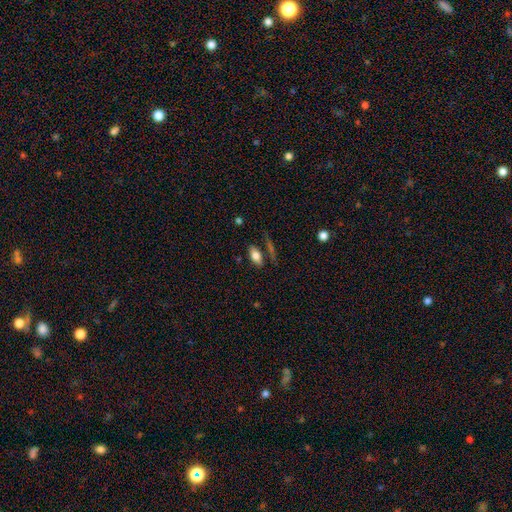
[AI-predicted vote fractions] smooth_or_featured: smooth (p=0.75) [alt: featured or disk p=0.17]
how_rounded: in between (p=0.82) [alt: cigar-shaped p=0.14]
merging: none (p=0.74) [alt: minor disturbance p=0.15]